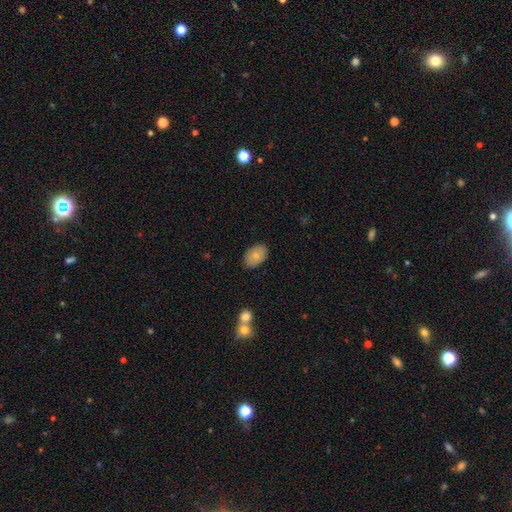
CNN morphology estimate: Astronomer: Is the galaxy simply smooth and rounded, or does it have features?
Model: smooth — 84%.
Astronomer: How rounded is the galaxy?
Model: in between — 90%.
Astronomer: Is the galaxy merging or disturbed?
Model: none — 87%.